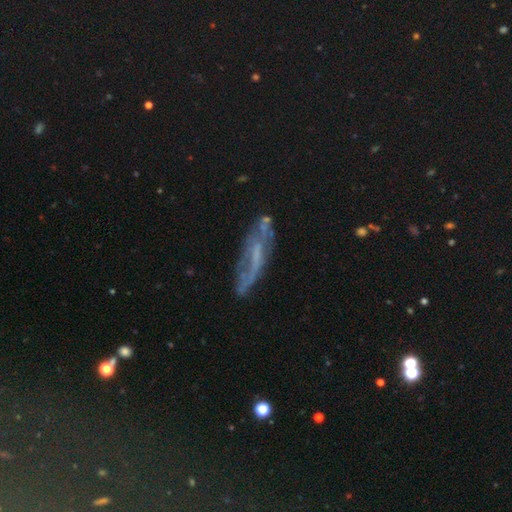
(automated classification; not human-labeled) Smooth or featured?
  - featured or disk: 64% *
  - smooth: 27%
  - star or artifact: 9%
Edge-on disk?
  - no: 69% *
  - yes: 31%
Merging?
  - none: 62% *
  - minor disturbance: 22%
  - major disturbance: 11%
  - merger: 5%